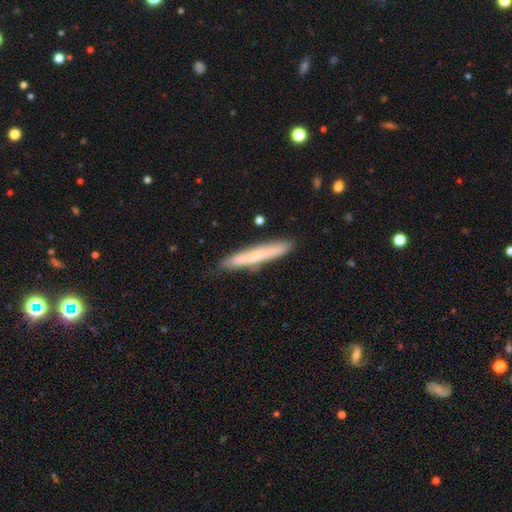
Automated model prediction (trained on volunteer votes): Morphology: type=smooth (52%); roundness=cigar-shaped (95%); merging=none (84%).